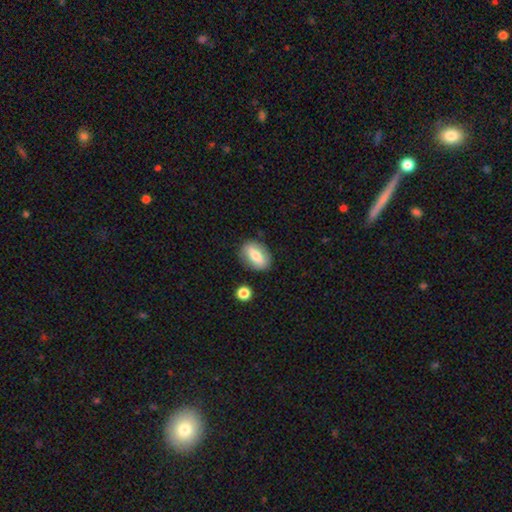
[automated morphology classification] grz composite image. It shows a smooth galaxy with no disk features (68%) that is in between round and cigar-shaped (83%). Merging: none (82%).